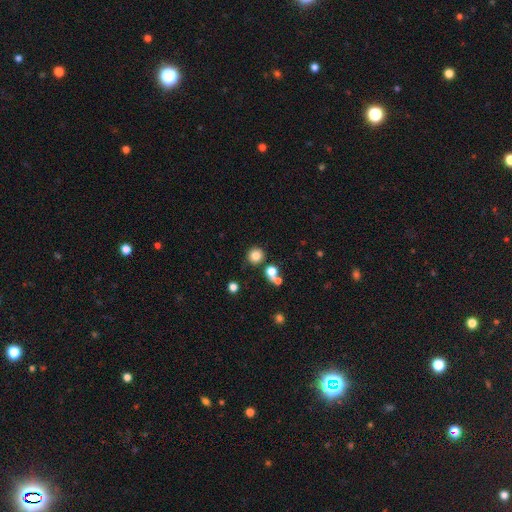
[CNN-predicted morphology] Smooth or featured? smooth (80%)
How rounded? round (91%)
Merging? none (78%)